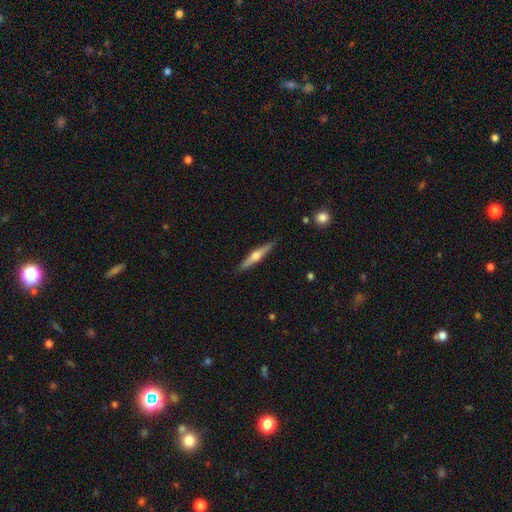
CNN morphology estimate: type=featured or disk (59%); edge-on=yes (97%); edge-on bulge=rounded (89%); merging=none (88%).